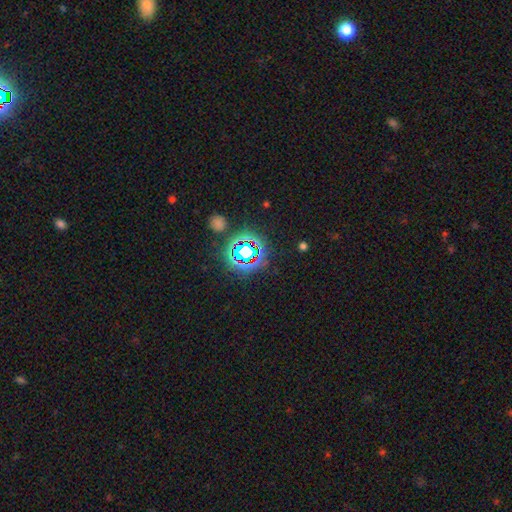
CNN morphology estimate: Overall: star or artifact (73%).